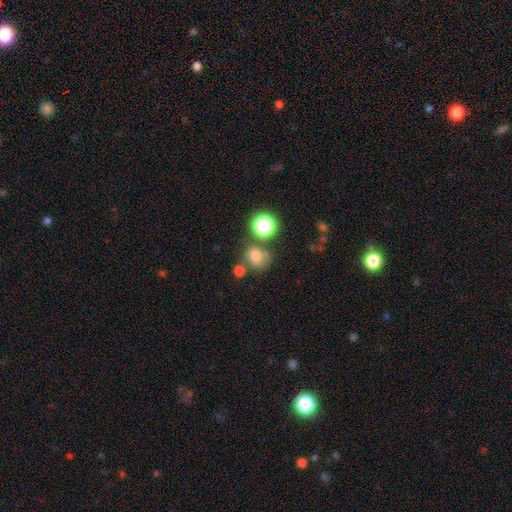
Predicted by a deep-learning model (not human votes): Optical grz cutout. It shows a smooth galaxy with no disk features (70%) that is round (72%). Merging: none (56%).